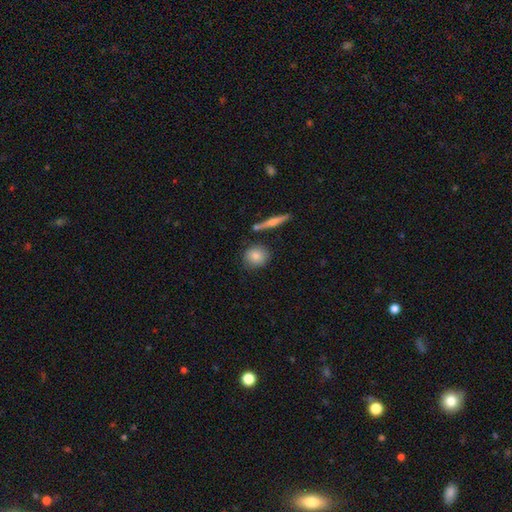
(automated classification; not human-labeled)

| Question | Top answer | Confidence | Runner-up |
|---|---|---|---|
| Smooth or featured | smooth | 80% | featured or disk (12%) |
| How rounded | round | 82% | in between (16%) |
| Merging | none | 79% | minor disturbance (11%) |